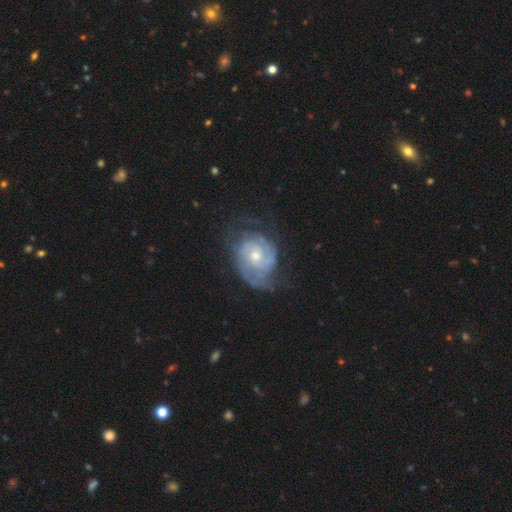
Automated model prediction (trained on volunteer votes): Smooth or featured?
  - featured or disk: 83% *
  - smooth: 12%
  - star or artifact: 6%
Edge-on disk?
  - no: 97% *
  - yes: 3%
Bar?
  - no: 70% *
  - weak: 26%
  - strong: 4%
Spiral arms?
  - yes: 93% *
  - no: 7%
Spiral winding?
  - tight: 61% *
  - medium: 29%
  - loose: 9%
Spiral arm count?
  - 2: 45% *
  - can't tell: 29%
  - 3: 13%
  - 1: 6%
  - 4: 4%
  - more than 4: 3%
Bulge size?
  - moderate: 55% *
  - small: 40%
  - large: 3%
  - none: 1%
  - dominant: 1%
Merging?
  - none: 57% *
  - minor disturbance: 24%
  - major disturbance: 17%
  - merger: 2%